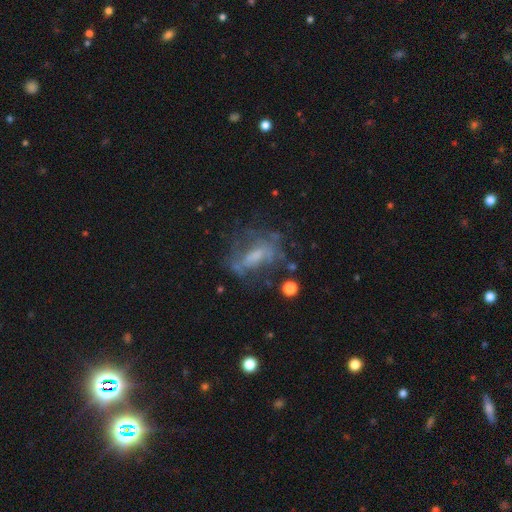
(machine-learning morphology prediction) Overall: featured or disk (60%; smooth 26%). Edge-on disk: no (92%). Bar: no (48%; weak 36%). Spiral arms: no (59%; yes 41%). Bulge size: small (37%; moderate 31%). Merging: none (48%; major disturbance 26%).